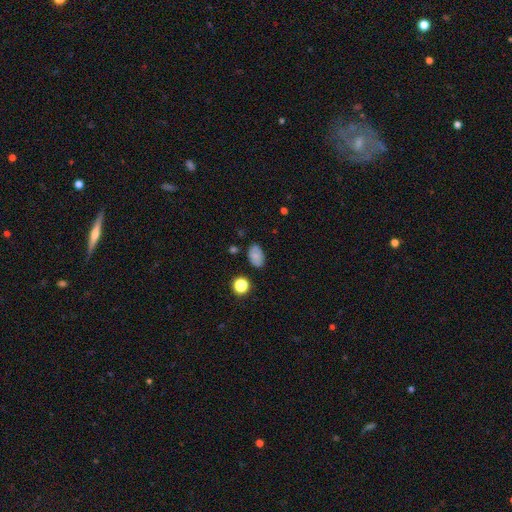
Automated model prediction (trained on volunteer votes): Smooth or featured? Predicted: smooth (p=0.71). How rounded? Predicted: in between (p=0.85). Merging? Predicted: none (p=0.74).